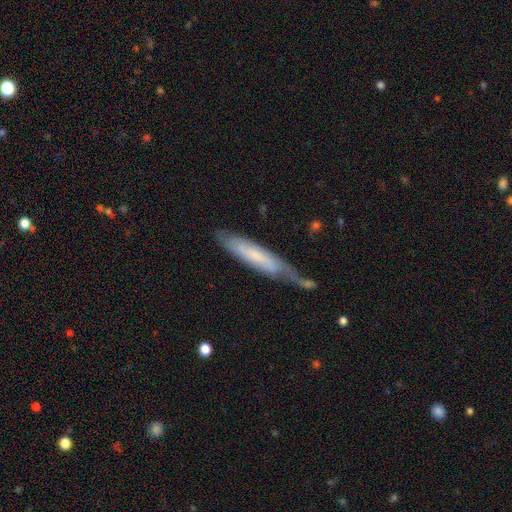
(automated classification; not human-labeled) Overall: smooth (50%; featured or disk 43%). How rounded: cigar-shaped (84%). Merging: none (49%; minor disturbance 30%).